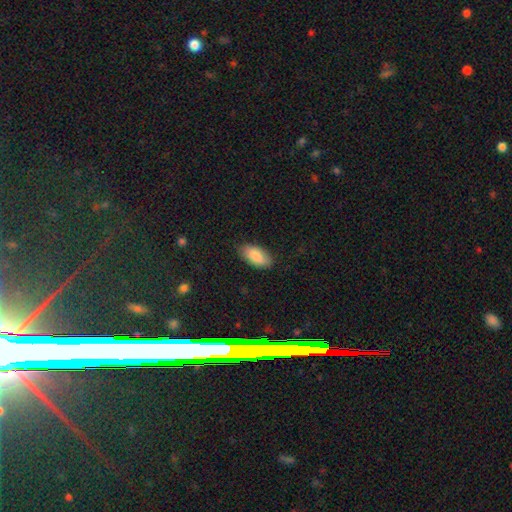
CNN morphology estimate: smooth_or_featured: smooth (p=0.84) [alt: featured or disk p=0.09]
how_rounded: in between (p=0.92) [alt: cigar-shaped p=0.06]
merging: none (p=0.82) [alt: minor disturbance p=0.14]